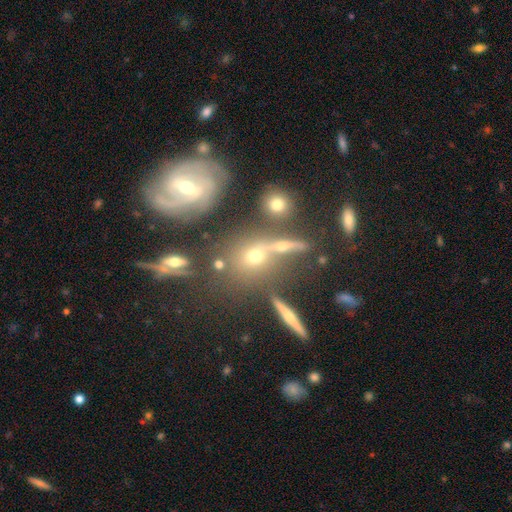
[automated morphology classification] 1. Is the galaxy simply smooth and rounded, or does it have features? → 52% smooth, 28% featured or disk, 21% star or artifact.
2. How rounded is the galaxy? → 59% round, 35% in between, 6% cigar-shaped.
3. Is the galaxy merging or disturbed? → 51% none, 28% merger, 13% minor disturbance, 8% major disturbance.